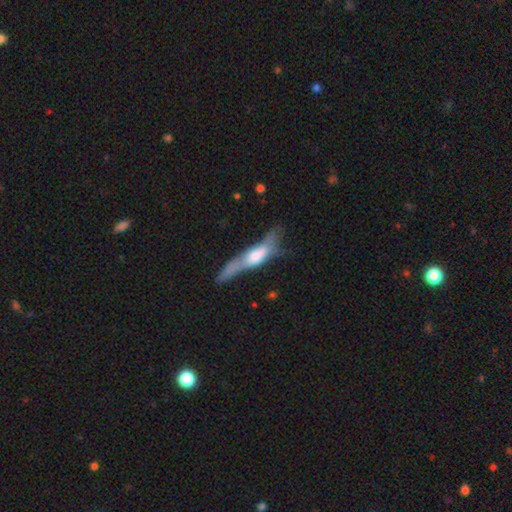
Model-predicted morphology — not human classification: featured or disk 53%, smooth 39%, star or artifact 7%. Down the decision tree: edge-on disk — yes (75%); merging — none (35%).